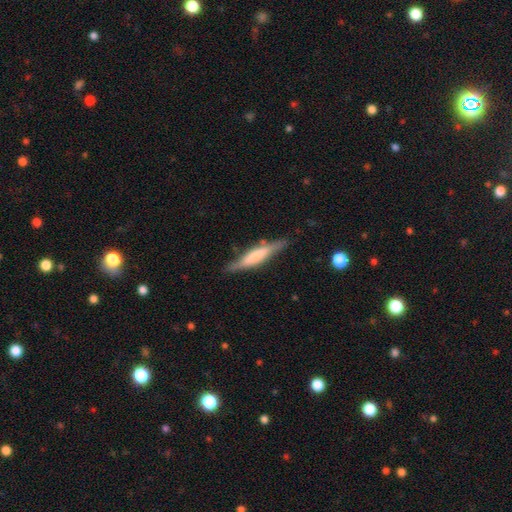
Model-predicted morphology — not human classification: Smooth or featured? featured or disk (51%)
Edge-on disk? yes (94%)
Merging? none (80%)